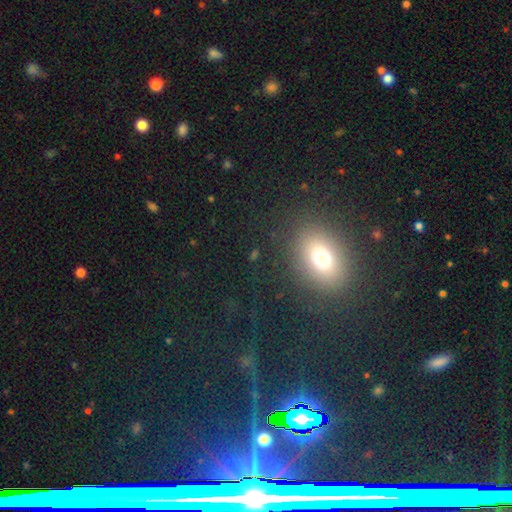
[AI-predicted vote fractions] A smooth galaxy with no disk features (62%) that is in between round and cigar-shaped (66%). Merging: none (89%).